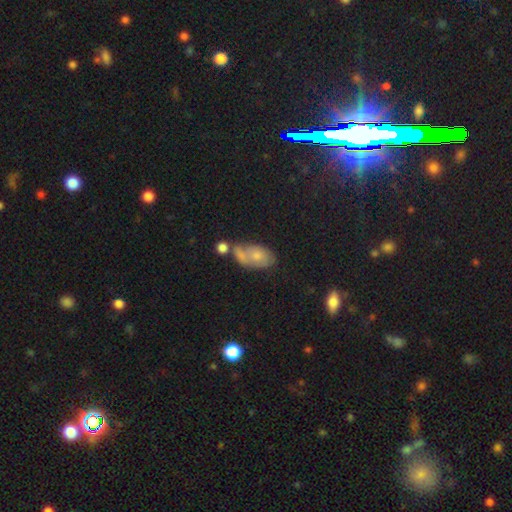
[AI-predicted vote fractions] The model was most divided on "merging": none: 32%, merger: 31%, minor disturbance: 23%, major disturbance: 14%. More confident: how rounded — in between (89%); smooth or featured — smooth (62%).